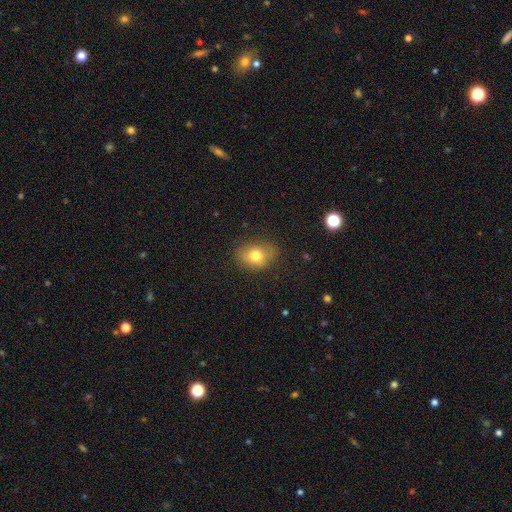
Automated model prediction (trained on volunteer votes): This appears to be a smooth galaxy with no disk features (76%) that is in between round and cigar-shaped (63%). Merging: none (78%).